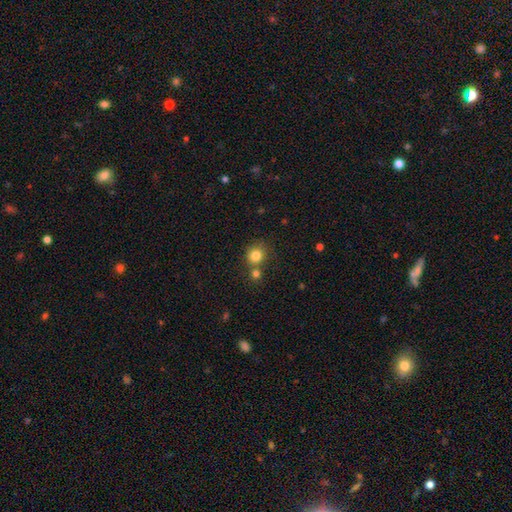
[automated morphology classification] Overall: smooth (81%). How rounded: round (88%). Merging: none (65%).